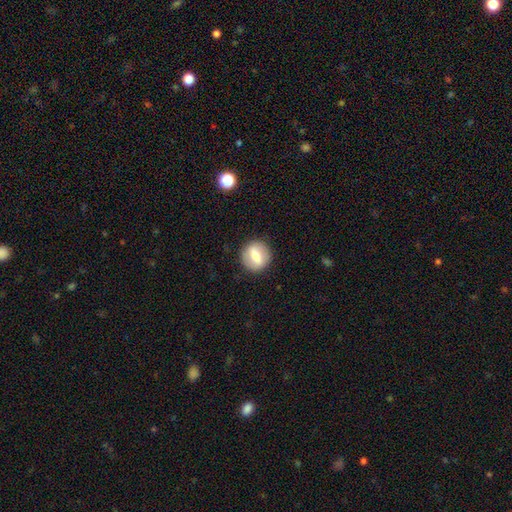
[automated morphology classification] Smooth or featured? Predicted: smooth (p=0.58). How rounded? Predicted: round (p=0.83). Merging? Predicted: none (p=0.88).